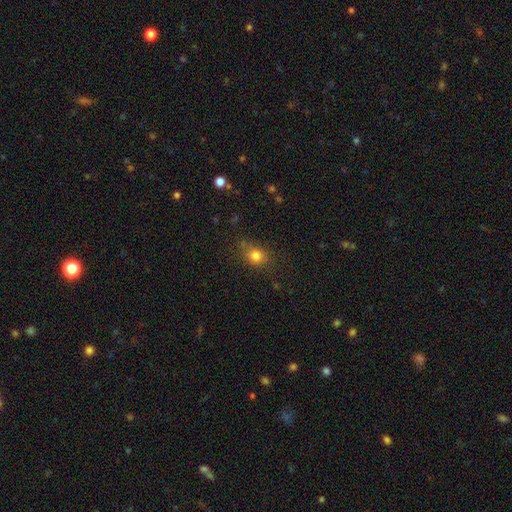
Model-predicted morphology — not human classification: smooth_or_featured: smooth (p=0.80) [alt: star or artifact p=0.13]
how_rounded: round (p=0.59) [alt: in between p=0.39]
merging: none (p=0.72) [alt: minor disturbance p=0.19]